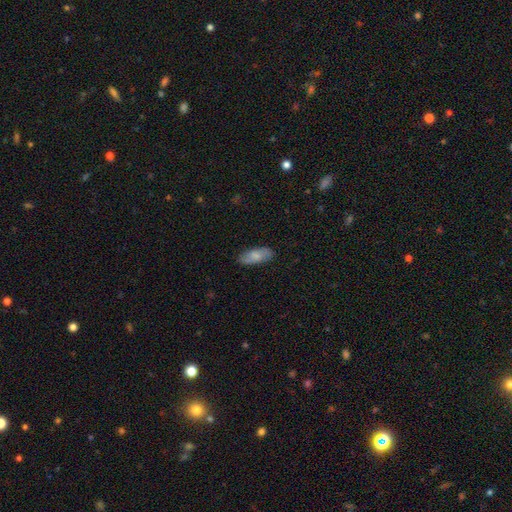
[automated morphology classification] Smooth or featured? Predicted: smooth (p=0.78). How rounded? Predicted: in between (p=0.81). Merging? Predicted: none (p=0.83).